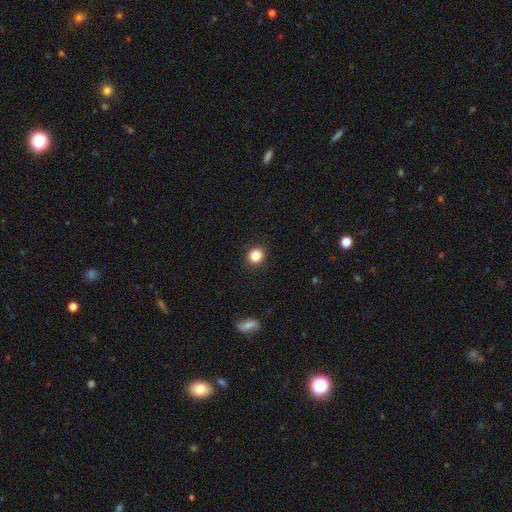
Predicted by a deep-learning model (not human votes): Q: Smooth or featured?
A: smooth (85%); runner-up: star or artifact (11%)
Q: How rounded?
A: round (82%); runner-up: in between (18%)
Q: Merging?
A: none (91%); runner-up: minor disturbance (6%)